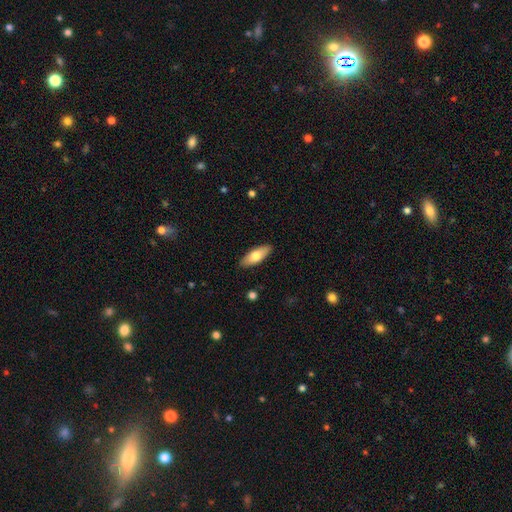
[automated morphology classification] Smooth or featured? smooth (72%)
How rounded? in between (71%)
Merging? none (89%)